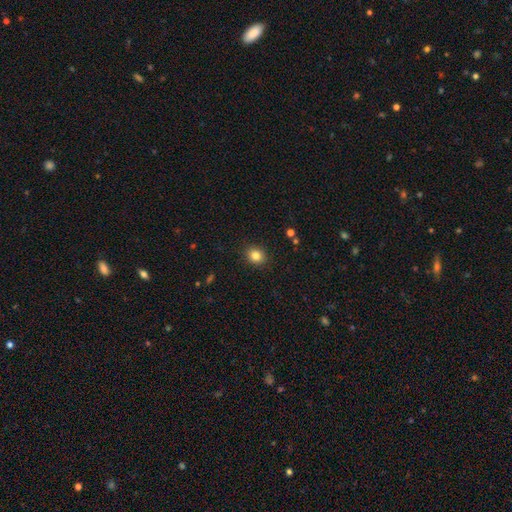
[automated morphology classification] This is clearly a smooth galaxy (83%). How rounded: likely round (70%). Merging: clearly none (90%).